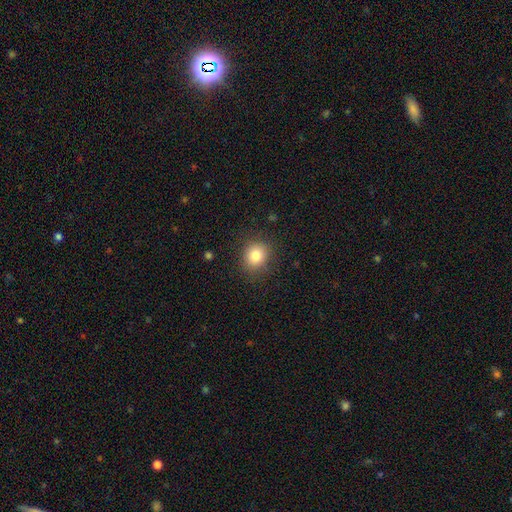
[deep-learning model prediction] This appears to be a smooth galaxy with no disk features (81%) that is round (78%). Merging: none (87%).